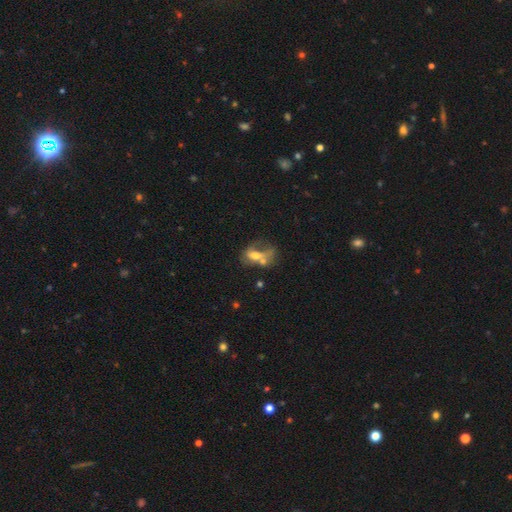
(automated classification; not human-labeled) Smooth or featured: smooth — 47% (featured or disk — 40%)
Merging: merger — 39% (major disturbance — 28%)